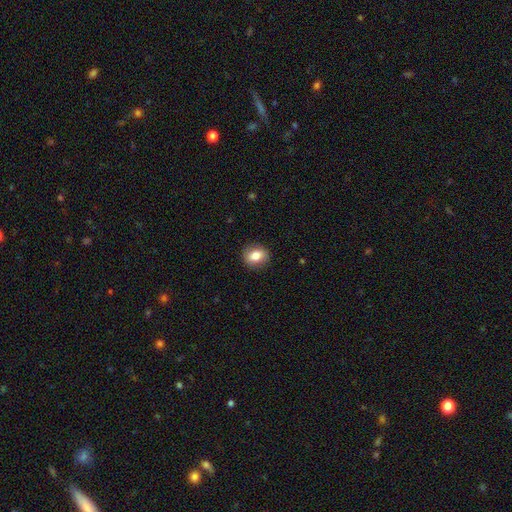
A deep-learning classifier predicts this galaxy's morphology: The model was most divided on "how rounded": round: 60%, in between: 39%, cigar-shaped: 1%. More confident: merging — none (87%); smooth or featured — smooth (80%).